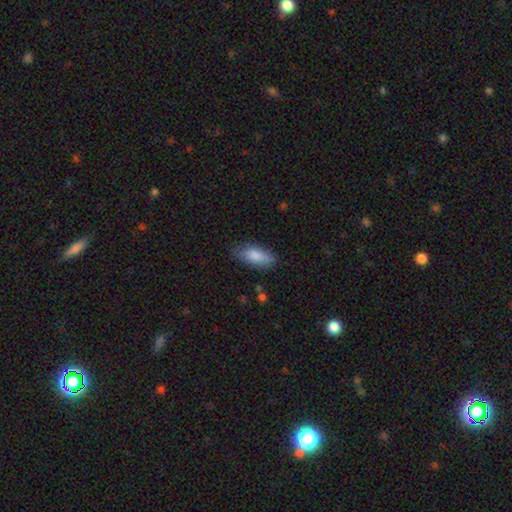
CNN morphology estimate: This appears to be a smooth galaxy with no disk features (83%) that is in between round and cigar-shaped (79%). Merging: none (75%).